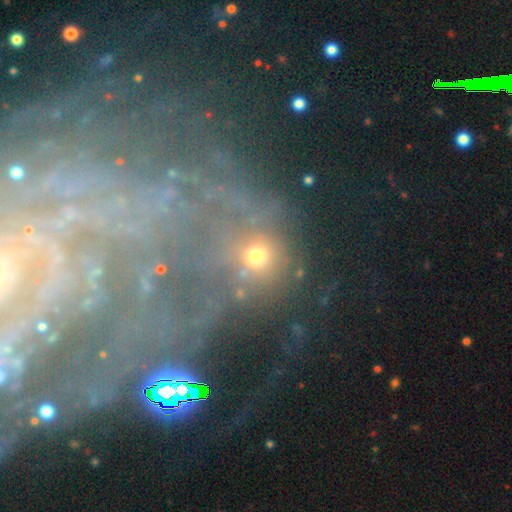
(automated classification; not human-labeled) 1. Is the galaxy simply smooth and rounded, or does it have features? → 48% smooth, 26% star or artifact, 25% featured or disk.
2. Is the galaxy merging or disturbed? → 41% merger, 35% none, 12% major disturbance, 11% minor disturbance.